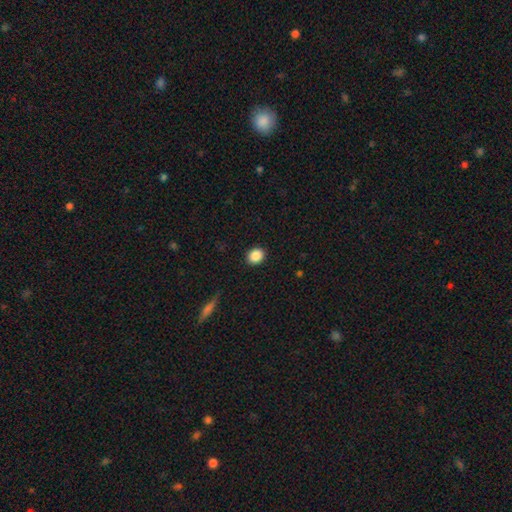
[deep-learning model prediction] The model was most divided on "how rounded": round: 71%, in between: 28%, cigar-shaped: 1%. More confident: merging — none (91%); smooth or featured — smooth (87%).